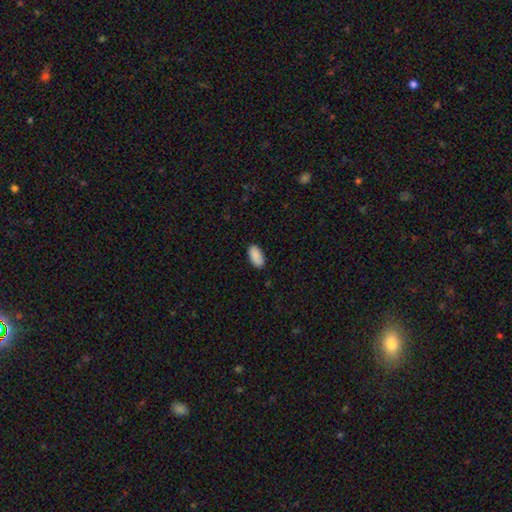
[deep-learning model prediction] Q: Smooth or featured?
A: smooth (89%); runner-up: star or artifact (7%)
Q: How rounded?
A: in between (93%); runner-up: cigar-shaped (4%)
Q: Merging?
A: none (86%); runner-up: minor disturbance (11%)